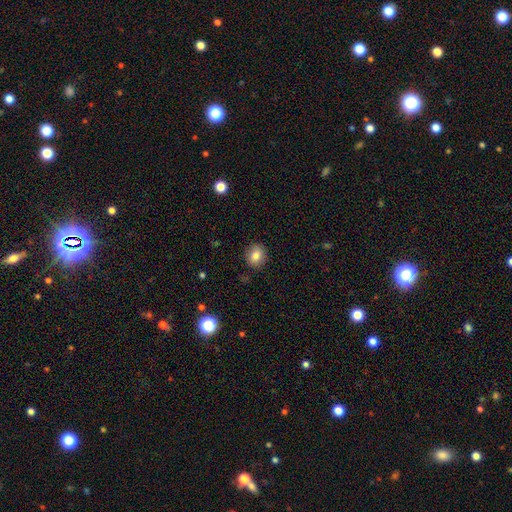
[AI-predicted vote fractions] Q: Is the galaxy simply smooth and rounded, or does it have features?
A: smooth — 81%.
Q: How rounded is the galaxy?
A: round — 67%.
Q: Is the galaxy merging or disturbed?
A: none — 89%.